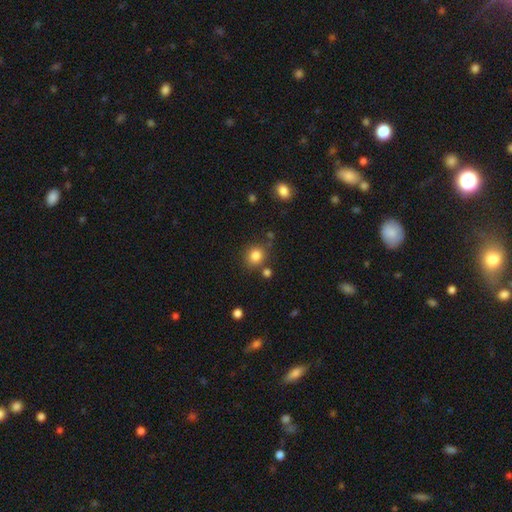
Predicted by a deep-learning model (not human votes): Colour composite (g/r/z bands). It shows a smooth galaxy with no disk features (83%) that is round (80%). Merging: none (77%).